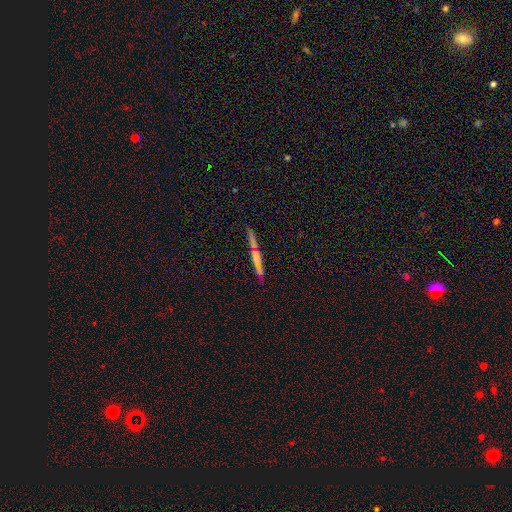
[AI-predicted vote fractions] This is possibly a featured or disk galaxy (48%). Merging: likely none (78%).